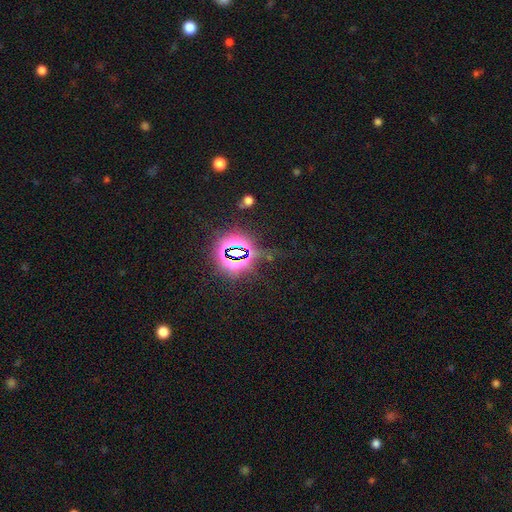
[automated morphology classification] This is clearly a star or artifact rather than a galaxy (83%).